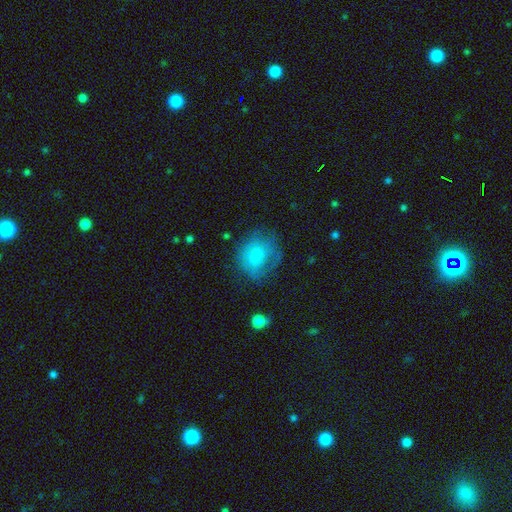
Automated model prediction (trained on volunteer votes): This appears to be a smooth galaxy with no disk features (68%) that is round (67%). Merging: none (51%).